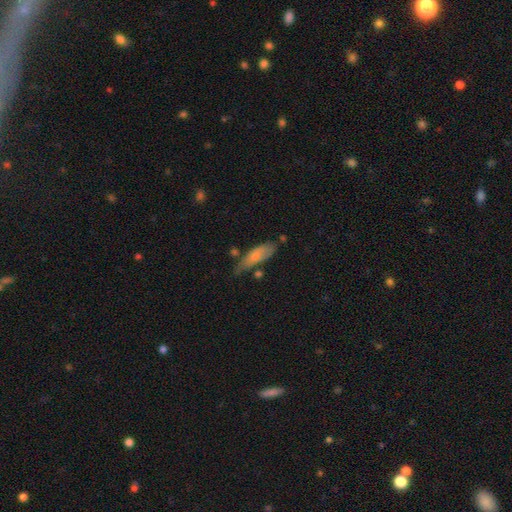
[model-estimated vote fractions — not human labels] smooth_or_featured: smooth (p=0.68) [alt: featured or disk p=0.26]
how_rounded: in between (p=0.54) [alt: cigar-shaped p=0.44]
merging: none (p=0.53) [alt: minor disturbance p=0.31]